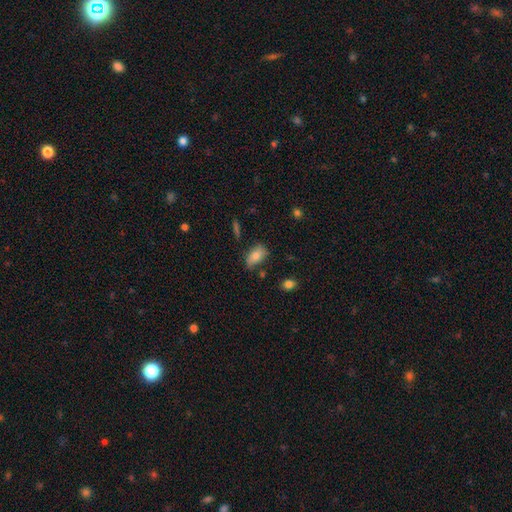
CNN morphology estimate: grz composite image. It shows a smooth galaxy with no disk features (76%) that is in between round and cigar-shaped (91%). Merging: none (57%).